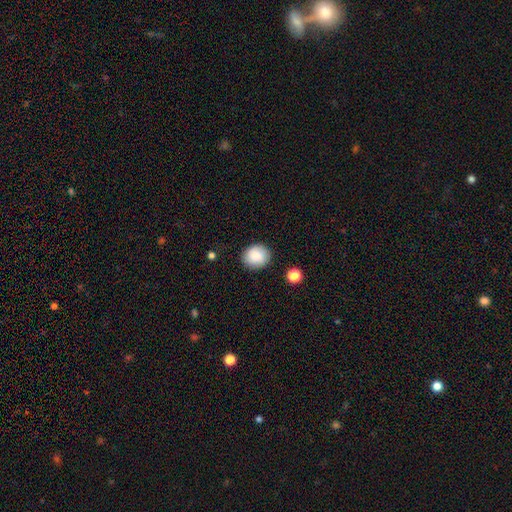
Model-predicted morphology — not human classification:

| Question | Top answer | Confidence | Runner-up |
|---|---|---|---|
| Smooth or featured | smooth | 83% | featured or disk (9%) |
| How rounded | round | 73% | in between (26%) |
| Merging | none | 85% | minor disturbance (10%) |